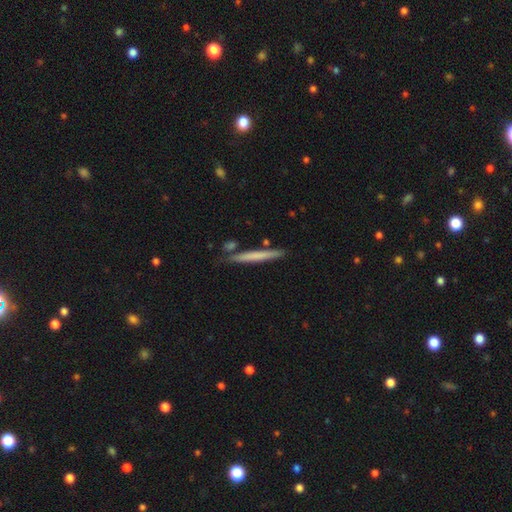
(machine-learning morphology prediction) This is likely a smooth galaxy (60%). How rounded: clearly cigar-shaped (96%). Merging: clearly none (81%).